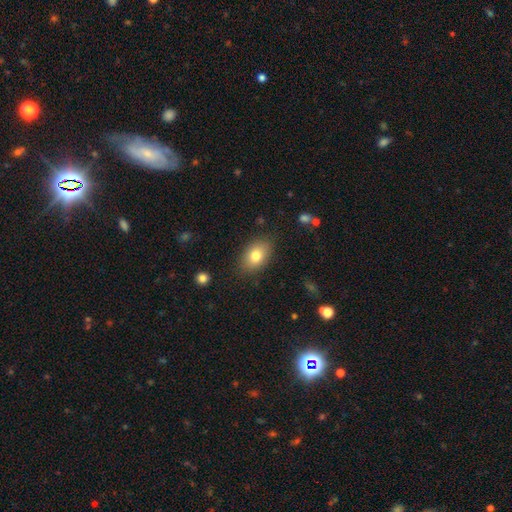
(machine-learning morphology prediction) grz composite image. It shows a smooth galaxy with no disk features (79%) that is in between round and cigar-shaped (83%). Merging: none (83%).